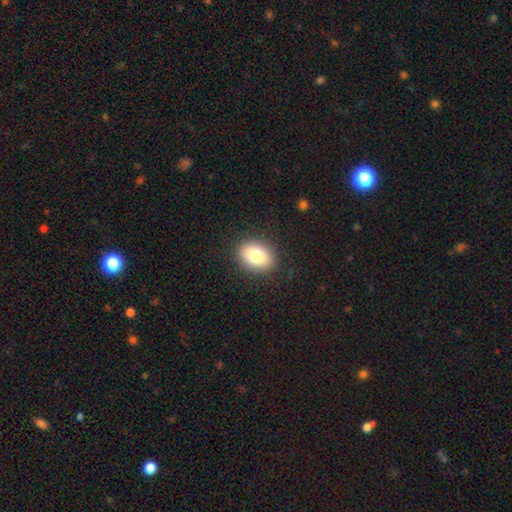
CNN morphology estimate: smooth-or-featured: smooth: 82% | featured or disk: 9% | star or artifact: 9%
  how-rounded: in between: 62% | round: 37% | cigar-shaped: 1%
  merging: none: 88% | minor disturbance: 9% | major disturbance: 3% | merger: 1%